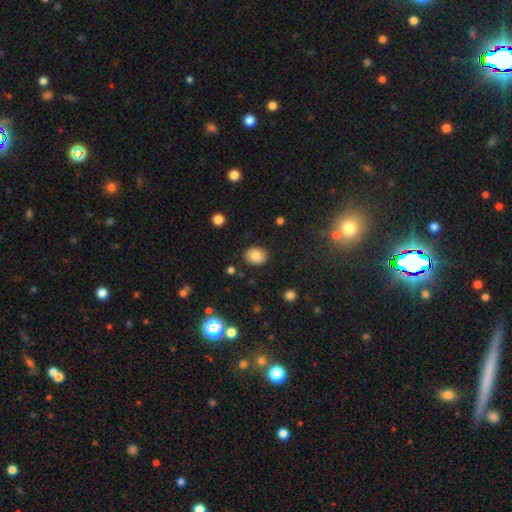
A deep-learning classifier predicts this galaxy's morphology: Overall: smooth (83%). How rounded: round (52%; in between 47%). Merging: none (87%).